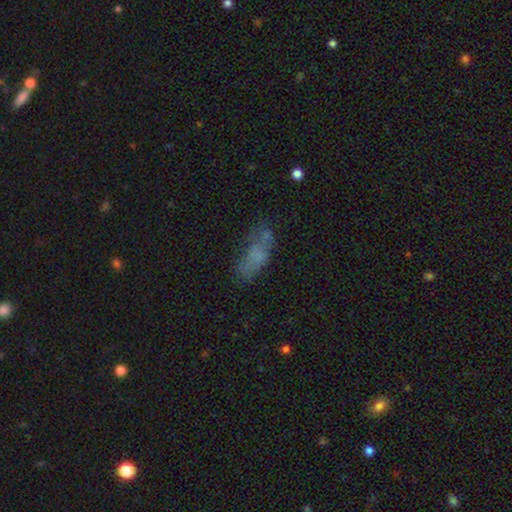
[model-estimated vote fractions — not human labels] Smooth or featured? smooth (55%)
How rounded? in between (68%)
Merging? none (42%)